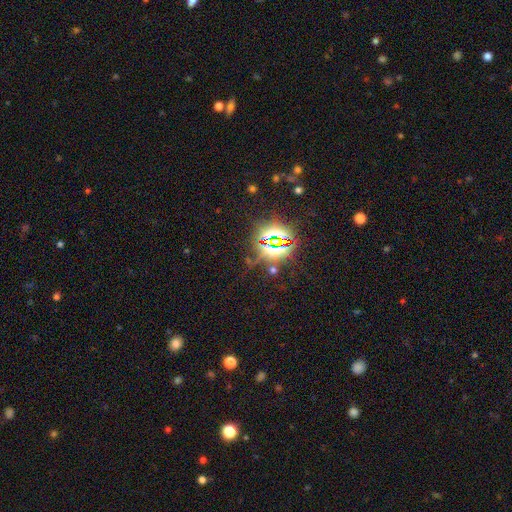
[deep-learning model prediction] This appears to be a star or artifact, not a galaxy (84%).